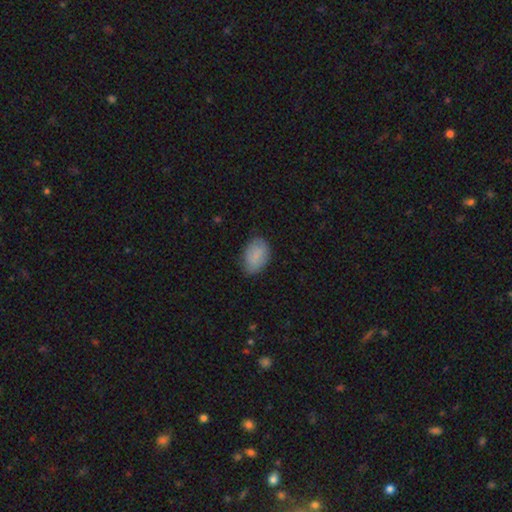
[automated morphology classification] Smooth or featured? smooth (85%)
How rounded? in between (87%)
Merging? none (74%)